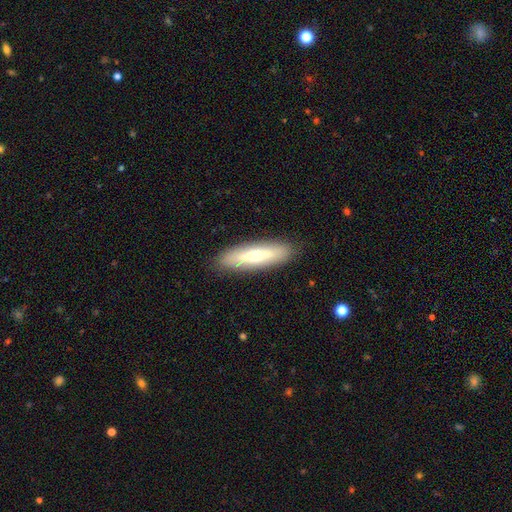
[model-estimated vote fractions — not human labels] Q: Smooth or featured?
A: smooth (55%); runner-up: featured or disk (38%)
Q: How rounded?
A: cigar-shaped (64%); runner-up: in between (34%)
Q: Merging?
A: none (88%); runner-up: minor disturbance (9%)